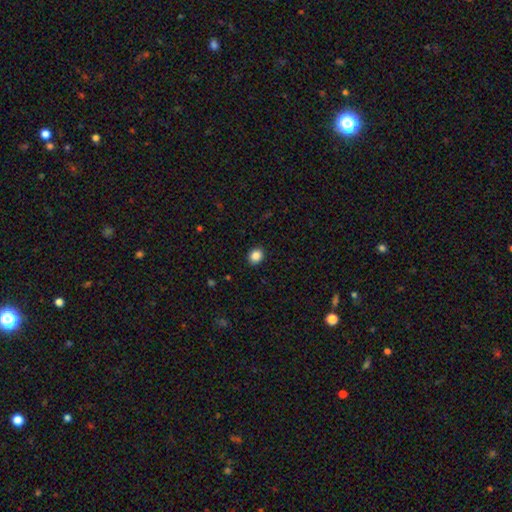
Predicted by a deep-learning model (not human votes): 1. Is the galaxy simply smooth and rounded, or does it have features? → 87% smooth, 10% star or artifact, 3% featured or disk.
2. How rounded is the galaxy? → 69% round, 31% in between, 1% cigar-shaped.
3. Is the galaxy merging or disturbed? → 91% none, 6% minor disturbance, 2% major disturbance, 1% merger.